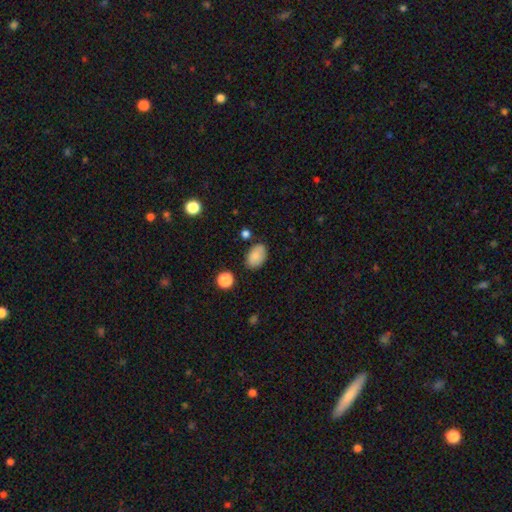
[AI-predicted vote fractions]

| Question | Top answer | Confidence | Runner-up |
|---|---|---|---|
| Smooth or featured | smooth | 84% | star or artifact (8%) |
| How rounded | in between | 89% | round (10%) |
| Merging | none | 78% | minor disturbance (15%) |